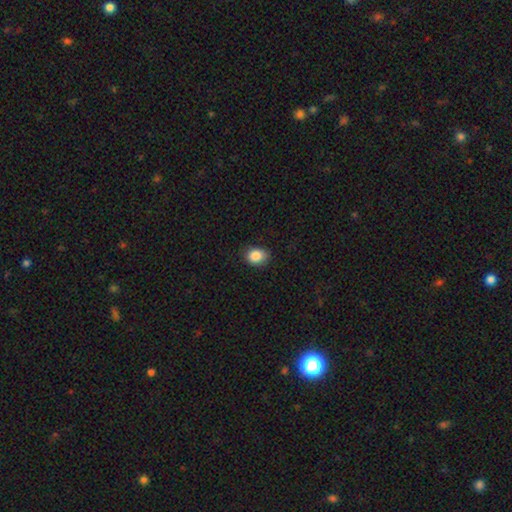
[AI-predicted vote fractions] Morphology: type=smooth (87%); roundness=round (50%); merging=none (82%).